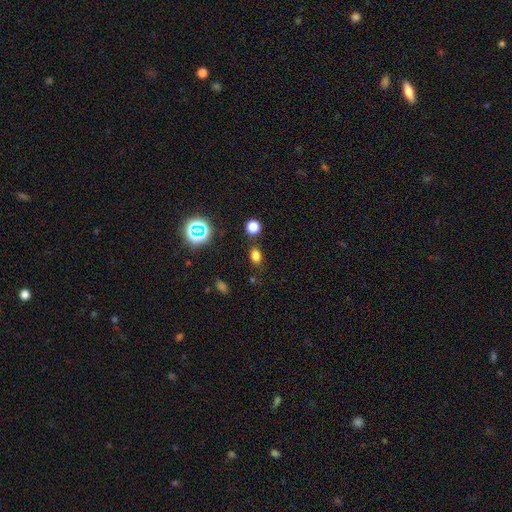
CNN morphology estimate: Smooth or featured?
  - smooth: 74% *
  - star or artifact: 20%
  - featured or disk: 6%
How rounded?
  - in between: 68% *
  - round: 30%
  - cigar-shaped: 2%
Merging?
  - none: 79% *
  - minor disturbance: 12%
  - merger: 5%
  - major disturbance: 4%